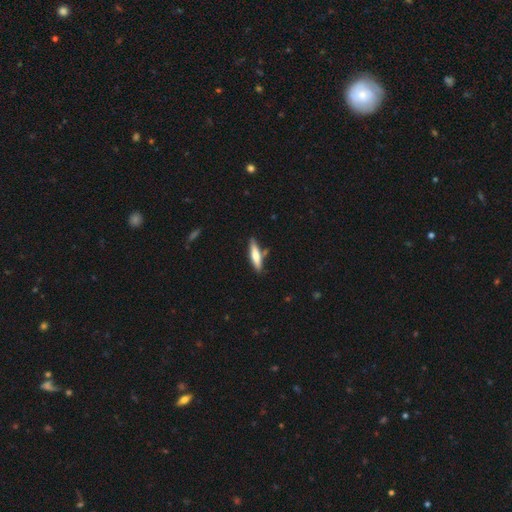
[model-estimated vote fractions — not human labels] Q: Smooth or featured?
A: smooth (65%); runner-up: featured or disk (30%)
Q: How rounded?
A: cigar-shaped (78%); runner-up: in between (21%)
Q: Merging?
A: none (80%); runner-up: minor disturbance (12%)